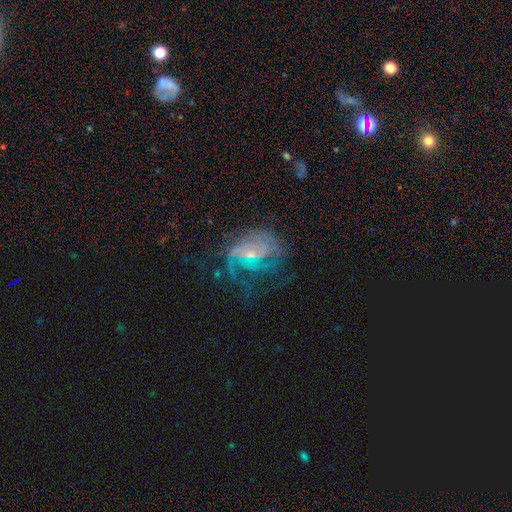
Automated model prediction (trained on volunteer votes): This appears to be a featured or disk galaxy (62%) with a weak bar (44%), spiral arms (77%) and a small central bulge (65%). Merging: none (54%).